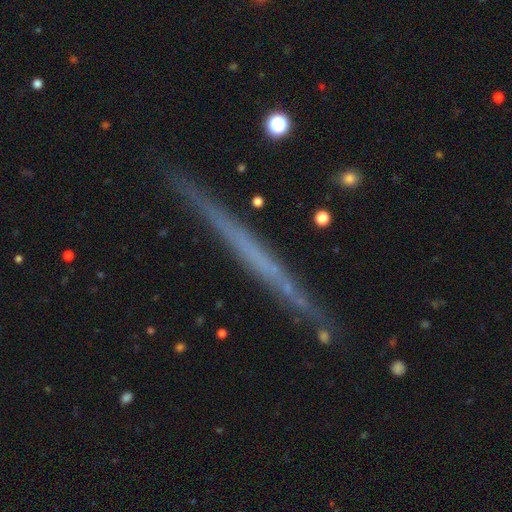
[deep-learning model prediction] Smooth or featured? featured or disk (62%)
Edge-on disk? yes (97%)
Edge-on bulge? none (93%)
Merging? none (90%)